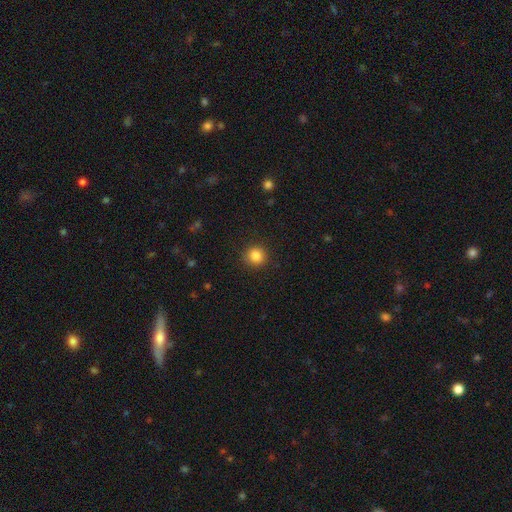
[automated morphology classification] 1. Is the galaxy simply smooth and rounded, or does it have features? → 85% smooth, 11% star or artifact, 4% featured or disk.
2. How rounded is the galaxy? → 91% round, 8% in between, 1% cigar-shaped.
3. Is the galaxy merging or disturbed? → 89% none, 7% minor disturbance, 2% major disturbance, 1% merger.